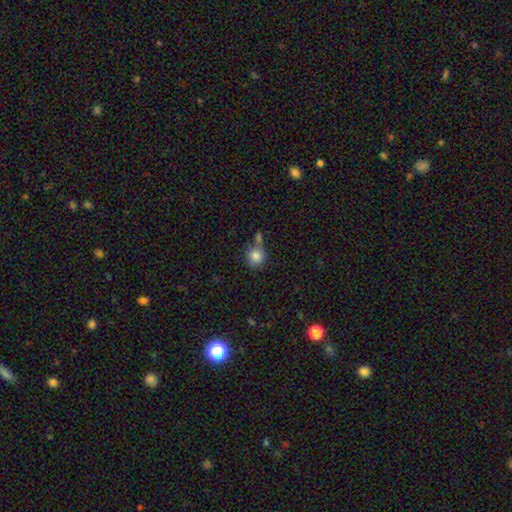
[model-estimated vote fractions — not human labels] smooth-or-featured: smooth: 84% | star or artifact: 10% | featured or disk: 6%
  how-rounded: round: 89% | in between: 10% | cigar-shaped: 1%
  merging: none: 60% | merger: 23% | minor disturbance: 13% | major disturbance: 4%